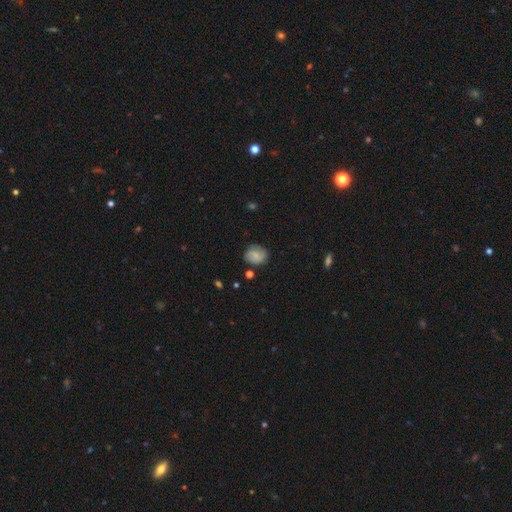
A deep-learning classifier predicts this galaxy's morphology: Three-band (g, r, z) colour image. It shows a smooth galaxy with no disk features (60%) that is round (57%). Merging: none (70%).